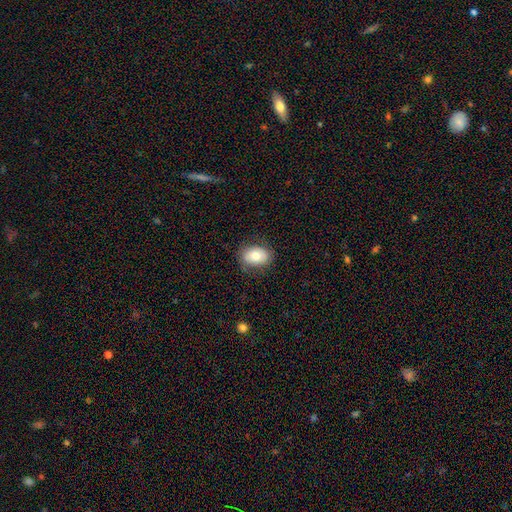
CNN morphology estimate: Overall: smooth (76%). How rounded: in between (76%). Merging: none (78%).